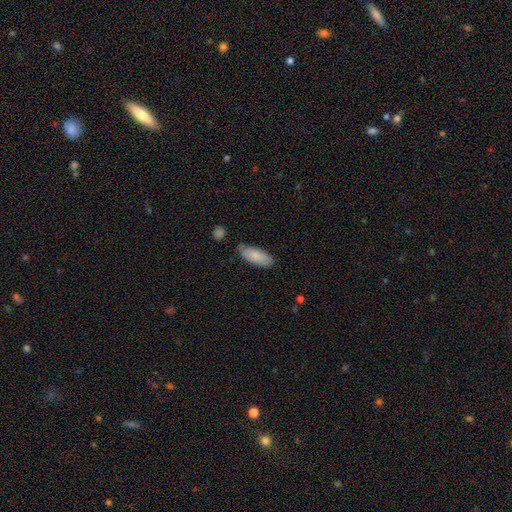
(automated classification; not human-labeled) Smooth or featured? Predicted: smooth (p=0.85). How rounded? Predicted: in between (p=0.76). Merging? Predicted: none (p=0.74).